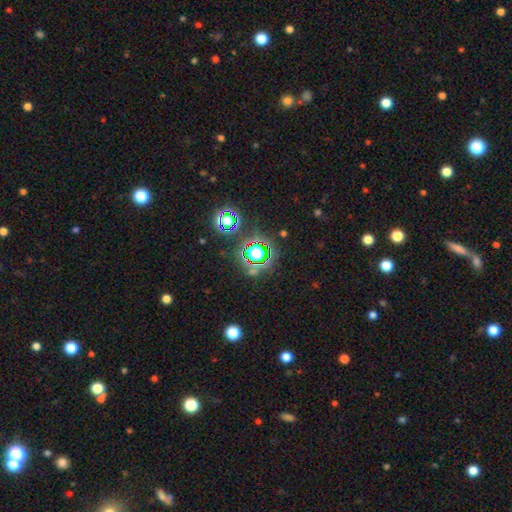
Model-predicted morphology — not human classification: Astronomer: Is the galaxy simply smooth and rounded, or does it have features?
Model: star or artifact — 73%.